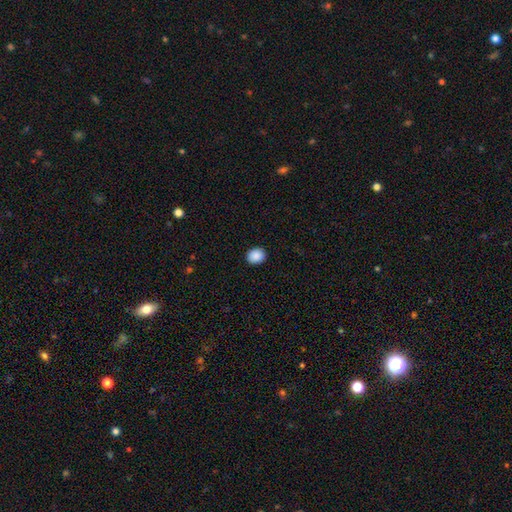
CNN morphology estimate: A smooth galaxy with no disk features (89%) that is round (67%).

Vote fractions:
- Smooth or featured? smooth: 89% / star or artifact: 8% / featured or disk: 3%
- How rounded? round: 67% / in between: 32% / cigar-shaped: 1%
- Merging? none: 91% / minor disturbance: 6% / major disturbance: 2% / merger: 1%